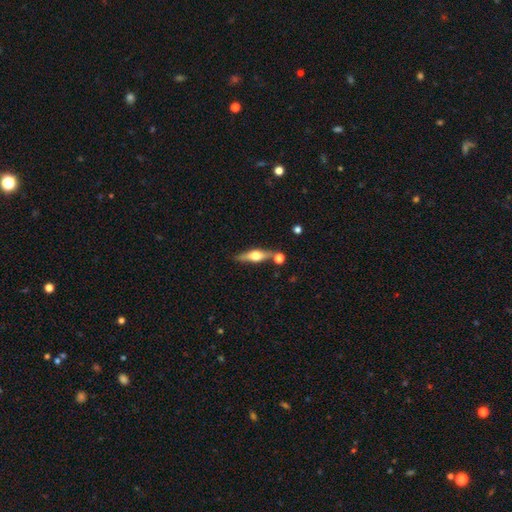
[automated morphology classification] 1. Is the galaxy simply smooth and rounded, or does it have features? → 61% featured or disk, 32% smooth, 7% star or artifact.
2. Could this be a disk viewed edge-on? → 94% yes, 6% no.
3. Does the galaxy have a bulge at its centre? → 94% rounded, 4% boxy, 2% none.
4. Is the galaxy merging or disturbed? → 73% none, 12% merger, 12% minor disturbance, 3% major disturbance.